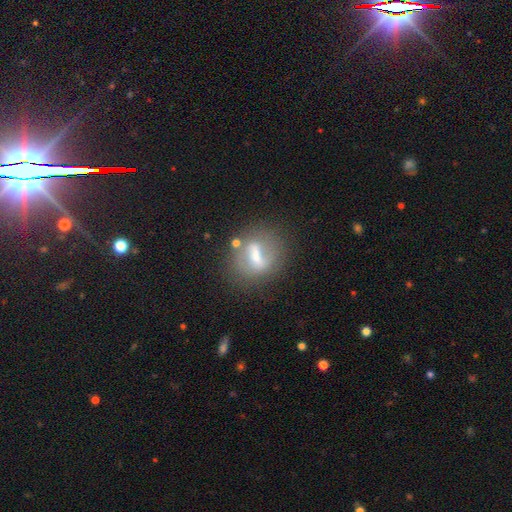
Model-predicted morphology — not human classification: Smooth or featured?
  - featured or disk: 55% *
  - smooth: 35%
  - star or artifact: 10%
Edge-on disk?
  - no: 88% *
  - yes: 12%
Merging?
  - none: 64% *
  - minor disturbance: 18%
  - major disturbance: 11%
  - merger: 7%